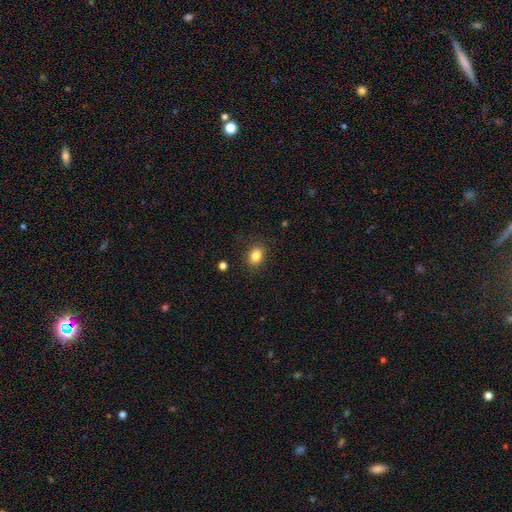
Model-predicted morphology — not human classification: smooth 84%, star or artifact 10%, featured or disk 6%. Down the decision tree: how rounded — in between (59%); merging — none (87%).